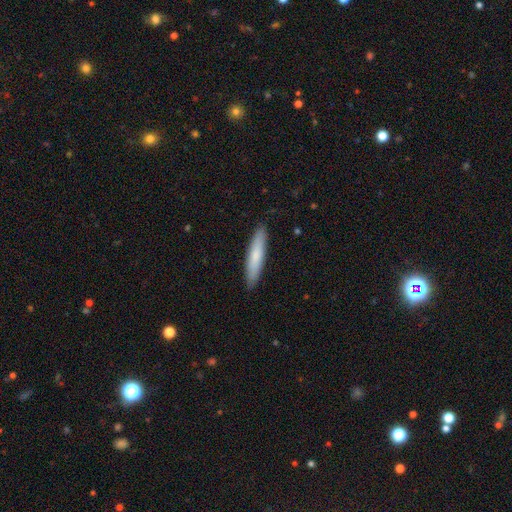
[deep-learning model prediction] smooth_or_featured: smooth (p=0.75) [alt: featured or disk p=0.20]
how_rounded: cigar-shaped (p=0.87) [alt: in between p=0.11]
merging: none (p=0.90) [alt: minor disturbance p=0.08]